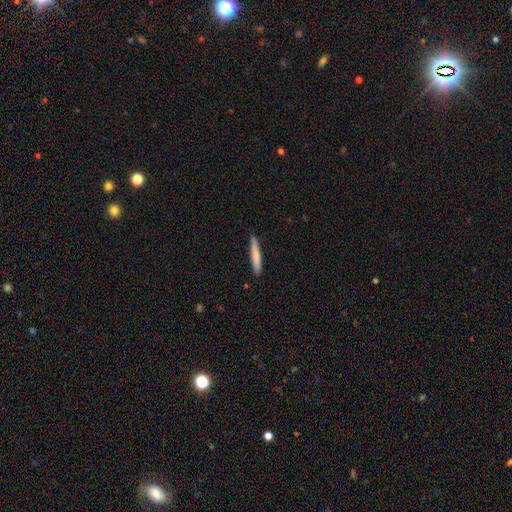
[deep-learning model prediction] A smooth galaxy with no disk features (75%) that is cigar-shaped (95%).

Vote fractions:
- Smooth or featured? smooth: 75% / featured or disk: 20% / star or artifact: 5%
- How rounded? cigar-shaped: 95% / in between: 4% / round: 1%
- Merging? none: 90% / minor disturbance: 8% / major disturbance: 1% / merger: 1%